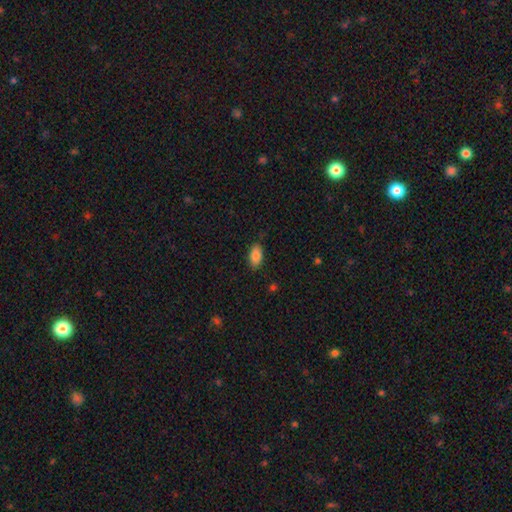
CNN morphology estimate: Smooth or featured? smooth (86%)
How rounded? in between (92%)
Merging? none (85%)